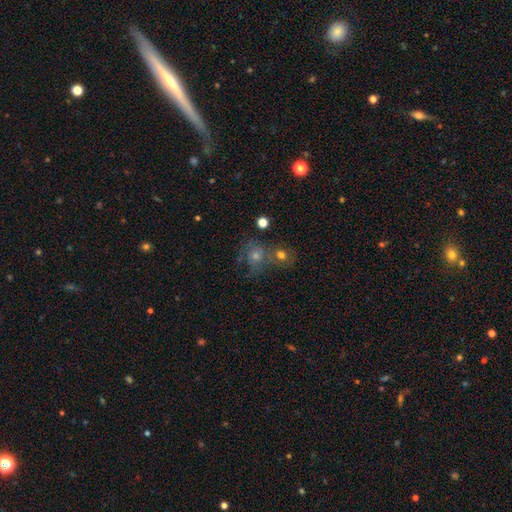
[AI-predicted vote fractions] Smooth or featured: smooth — 38% (featured or disk — 37%)
Merging: none — 47% (merger — 28%)